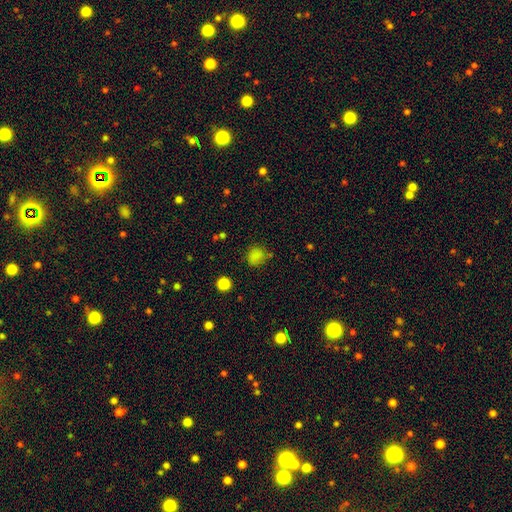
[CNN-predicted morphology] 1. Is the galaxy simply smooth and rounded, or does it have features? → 80% smooth, 15% star or artifact, 5% featured or disk.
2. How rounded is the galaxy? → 75% round, 24% in between, 1% cigar-shaped.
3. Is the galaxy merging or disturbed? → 71% none, 19% minor disturbance, 6% major disturbance, 4% merger.